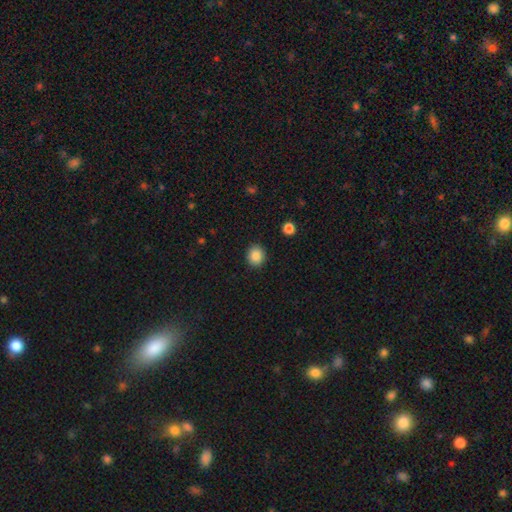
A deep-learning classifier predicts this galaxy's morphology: smooth_or_featured: smooth (p=0.88) [alt: star or artifact p=0.09]
how_rounded: round (p=0.76) [alt: in between p=0.23]
merging: none (p=0.90) [alt: minor disturbance p=0.07]